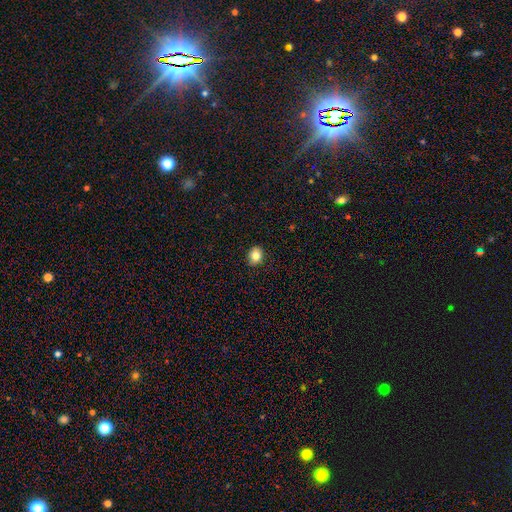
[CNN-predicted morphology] Smooth or featured? smooth (84%)
How rounded? round (62%)
Merging? none (88%)